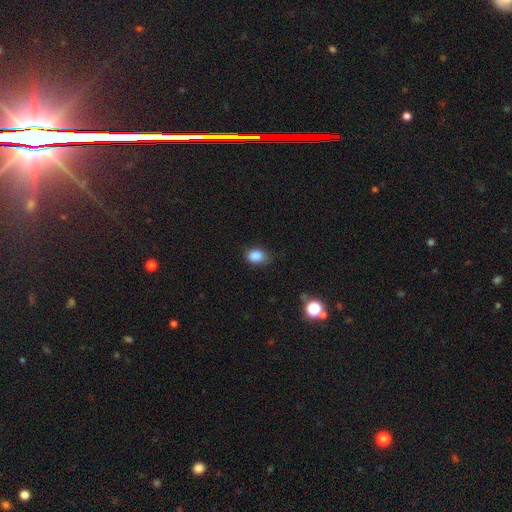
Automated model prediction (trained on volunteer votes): Q: Smooth or featured?
A: smooth (86%); runner-up: star or artifact (10%)
Q: How rounded?
A: in between (71%); runner-up: round (28%)
Q: Merging?
A: none (67%); runner-up: minor disturbance (26%)